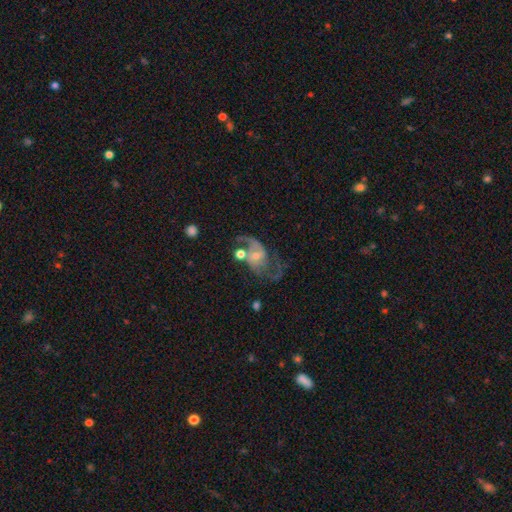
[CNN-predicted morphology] Q: Smooth or featured?
A: featured or disk (82%); runner-up: smooth (10%)
Q: Edge-on disk?
A: no (97%); runner-up: yes (3%)
Q: Bar?
A: no (47%); runner-up: weak (42%)
Q: Spiral arms?
A: yes (93%); runner-up: no (7%)
Q: Spiral winding?
A: loose (53%); runner-up: medium (39%)
Q: Spiral arm count?
A: 2 (88%); runner-up: can't tell (4%)
Q: Bulge size?
A: small (51%); runner-up: moderate (40%)
Q: Merging?
A: none (44%); runner-up: major disturbance (22%)